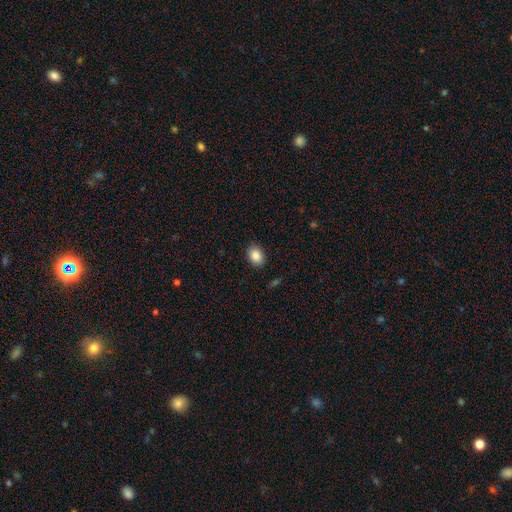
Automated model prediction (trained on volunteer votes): smooth_or_featured: smooth (p=0.88) [alt: star or artifact p=0.08]
how_rounded: in between (p=0.67) [alt: round p=0.32]
merging: none (p=0.88) [alt: minor disturbance p=0.09]